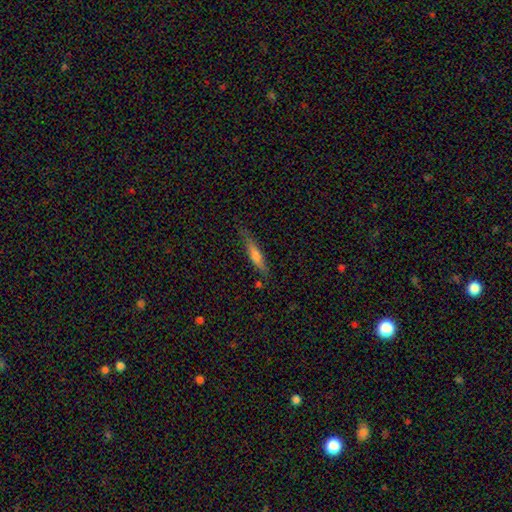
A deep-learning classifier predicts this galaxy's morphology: This appears to be a smooth galaxy with no disk features (56%) that is cigar-shaped (84%). Merging: none (75%).